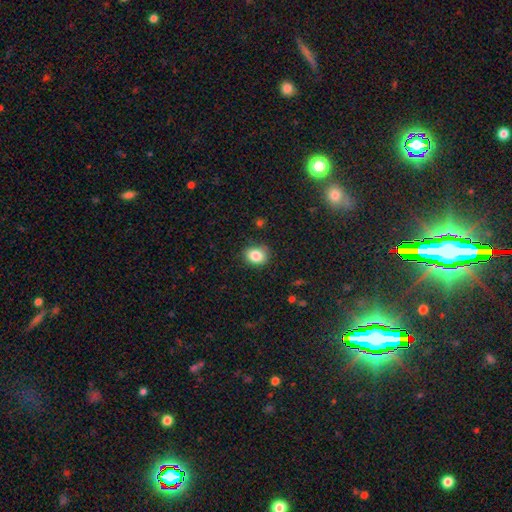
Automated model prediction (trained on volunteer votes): A smooth galaxy with no disk features (84%) that is round (54%).

Vote fractions:
- Smooth or featured? smooth: 84% / star or artifact: 10% / featured or disk: 6%
- How rounded? round: 54% / in between: 45% / cigar-shaped: 1%
- Merging? none: 81% / minor disturbance: 15% / major disturbance: 3% / merger: 1%